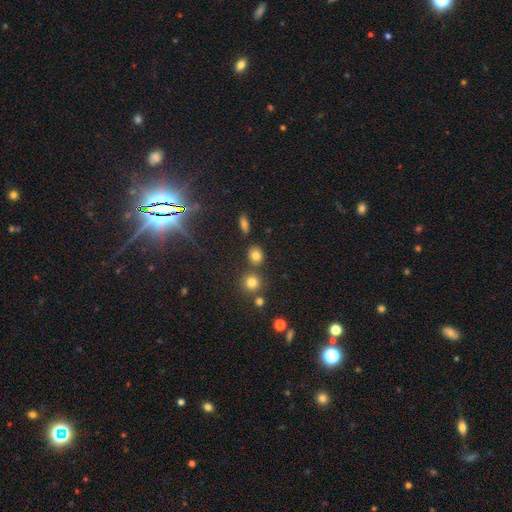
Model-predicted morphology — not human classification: A smooth galaxy with no disk features (77%) that is round (74%).

Vote fractions:
- Smooth or featured? smooth: 77% / star or artifact: 15% / featured or disk: 7%
- How rounded? round: 74% / in between: 24% / cigar-shaped: 1%
- Merging? none: 76% / merger: 11% / minor disturbance: 10% / major disturbance: 3%